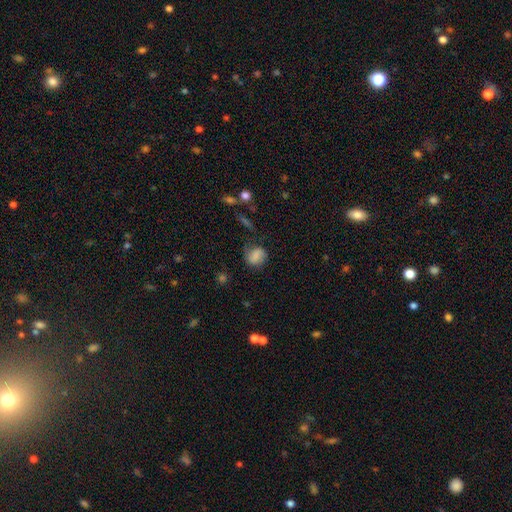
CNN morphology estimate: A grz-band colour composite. It shows a smooth galaxy with no disk features (69%) that is round (54%). Merging: none (61%).